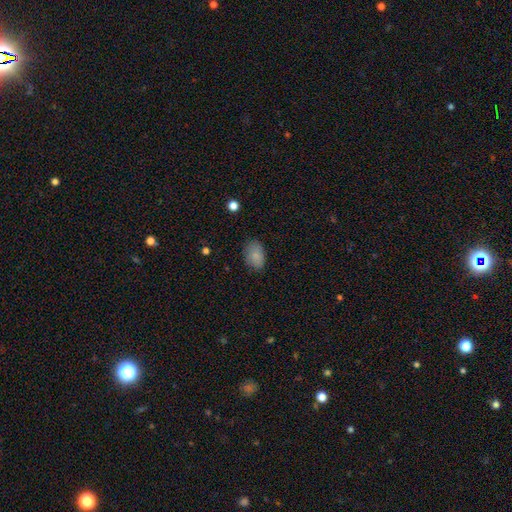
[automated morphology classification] type=smooth (84%); roundness=in between (85%); merging=none (79%).